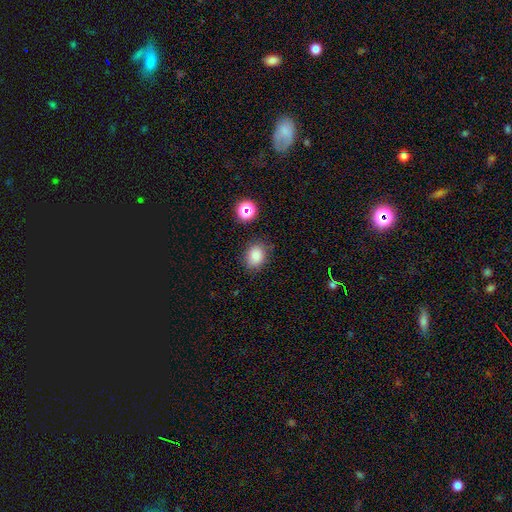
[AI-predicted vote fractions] Smooth or featured?
  - smooth: 83% *
  - star or artifact: 12%
  - featured or disk: 5%
How rounded?
  - in between: 53% *
  - round: 46%
  - cigar-shaped: 1%
Merging?
  - none: 79% *
  - minor disturbance: 13%
  - major disturbance: 4%
  - merger: 3%